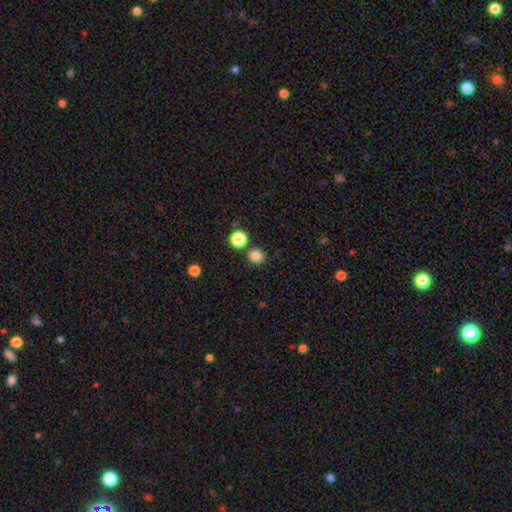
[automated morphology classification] A smooth galaxy with no disk features (83%) that is round (89%).

Vote fractions:
- Smooth or featured? smooth: 83% / star or artifact: 13% / featured or disk: 4%
- How rounded? round: 89% / in between: 10% / cigar-shaped: 1%
- Merging? none: 81% / merger: 9% / minor disturbance: 8% / major disturbance: 3%